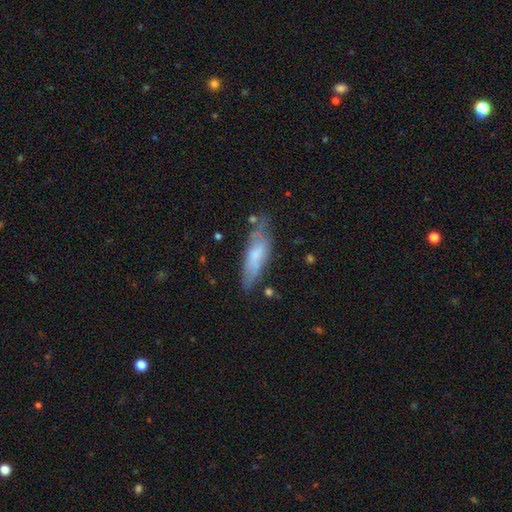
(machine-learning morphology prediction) A smooth galaxy with no disk features (59%) that is cigar-shaped (54%). Merging: none (62%).